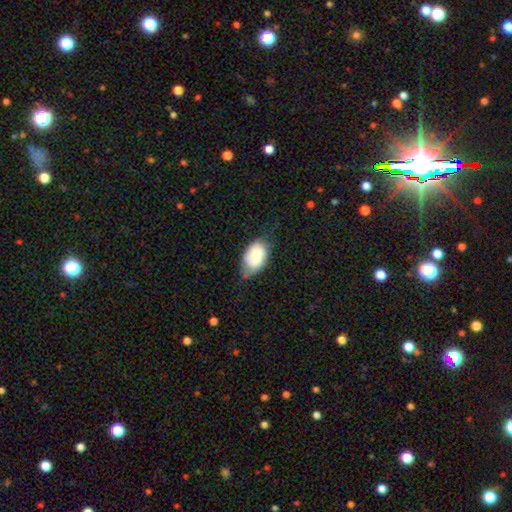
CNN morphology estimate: smooth_or_featured: smooth (p=0.73) [alt: featured or disk p=0.20]
how_rounded: in between (p=0.90) [alt: round p=0.09]
merging: none (p=0.51) [alt: minor disturbance p=0.37]